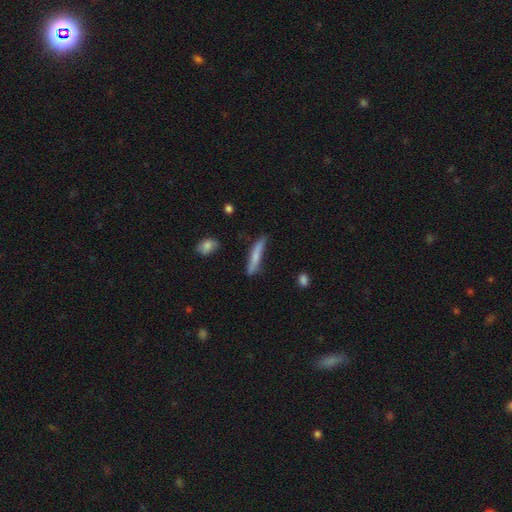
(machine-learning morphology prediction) Smooth or featured: smooth — 71% (featured or disk — 23%)
How rounded: cigar-shaped — 90% (in between — 8%)
Merging: none — 73% (minor disturbance — 20%)